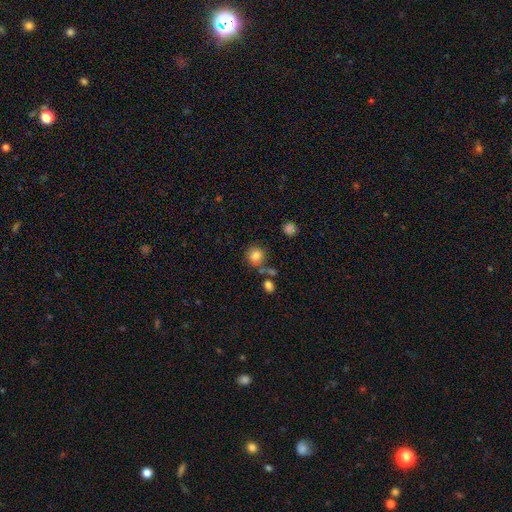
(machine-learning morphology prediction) This is clearly a smooth galaxy (83%). How rounded: clearly round (86%). Merging: likely none (70%).